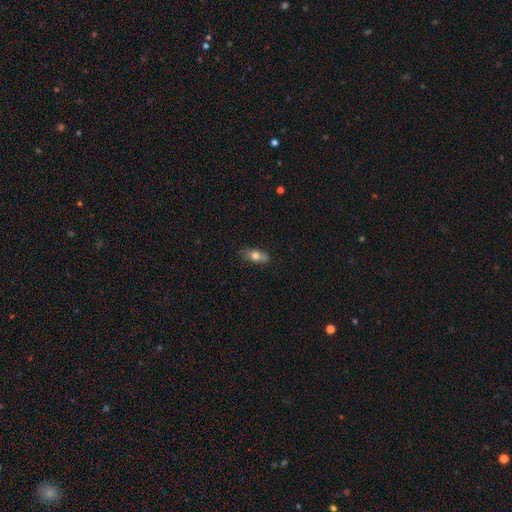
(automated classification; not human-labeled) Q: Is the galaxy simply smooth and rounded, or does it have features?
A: smooth — 71%.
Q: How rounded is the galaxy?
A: in between — 76%.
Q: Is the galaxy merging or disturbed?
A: none — 81%.